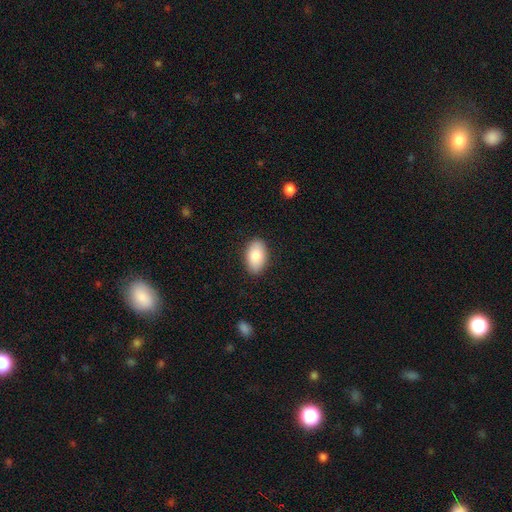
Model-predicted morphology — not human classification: Smooth or featured?
  - smooth: 86% *
  - featured or disk: 8%
  - star or artifact: 6%
How rounded?
  - in between: 94% *
  - round: 5%
  - cigar-shaped: 1%
Merging?
  - none: 87% *
  - minor disturbance: 9%
  - major disturbance: 2%
  - merger: 1%